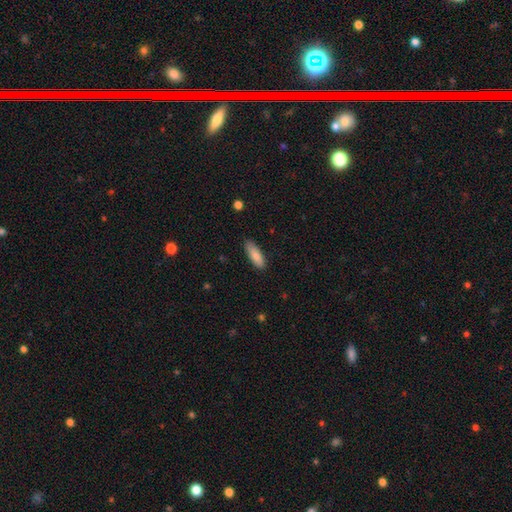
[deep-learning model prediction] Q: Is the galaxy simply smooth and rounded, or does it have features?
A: smooth — 86%.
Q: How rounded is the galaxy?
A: in between — 59%.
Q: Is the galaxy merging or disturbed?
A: none — 81%.